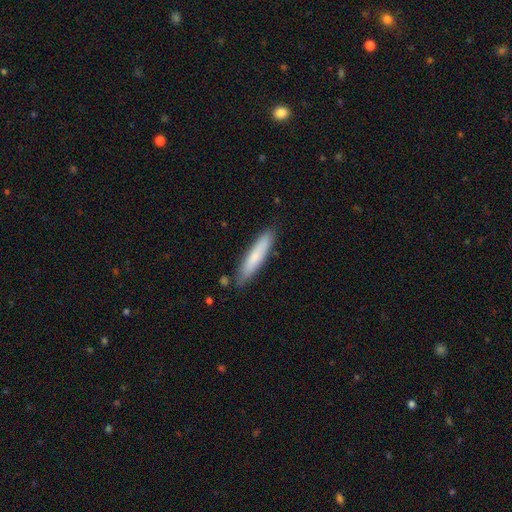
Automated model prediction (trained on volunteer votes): Smooth or featured?
  - smooth: 73% *
  - featured or disk: 21%
  - star or artifact: 6%
How rounded?
  - cigar-shaped: 88% *
  - in between: 11%
  - round: 1%
Merging?
  - none: 83% *
  - minor disturbance: 13%
  - merger: 3%
  - major disturbance: 2%